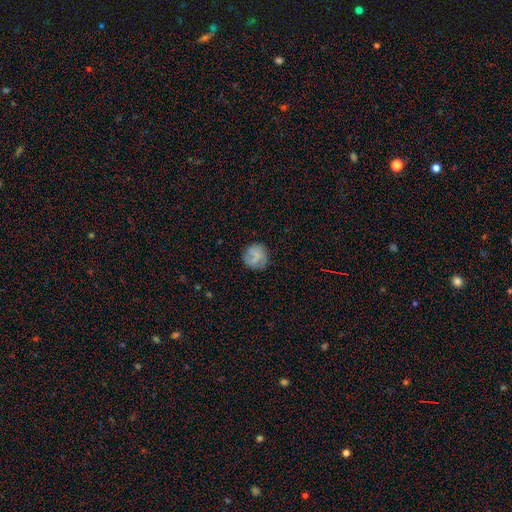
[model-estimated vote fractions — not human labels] Q: Smooth or featured?
A: smooth (65%); runner-up: featured or disk (26%)
Q: How rounded?
A: round (89%); runner-up: in between (10%)
Q: Merging?
A: none (77%); runner-up: minor disturbance (16%)